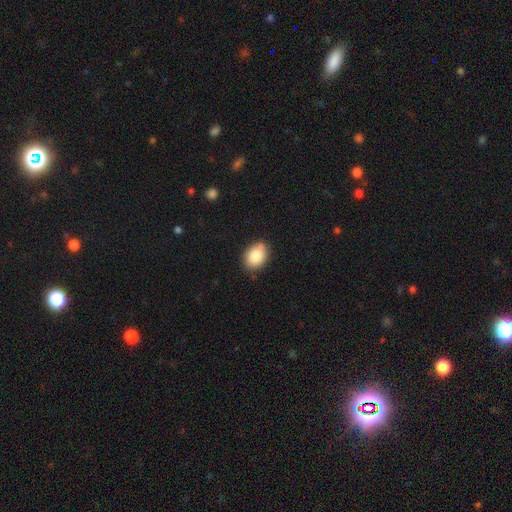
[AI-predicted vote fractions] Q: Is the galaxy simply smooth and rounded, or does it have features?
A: smooth — 85%.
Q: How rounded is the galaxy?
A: in between — 76%.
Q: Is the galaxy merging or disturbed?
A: none — 79%.